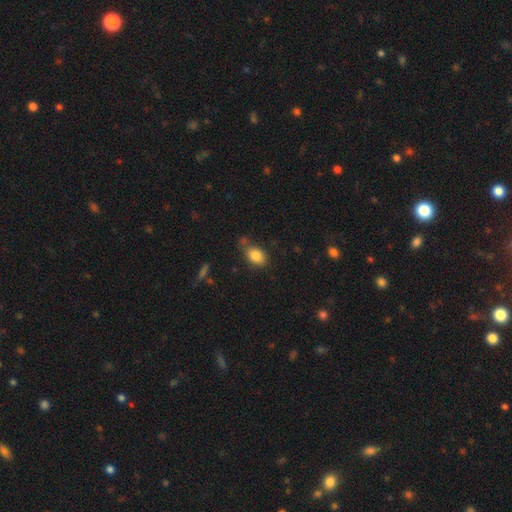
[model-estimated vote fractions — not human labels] A smooth galaxy with no disk features (84%) that is in between round and cigar-shaped (85%). Merging: none (68%).